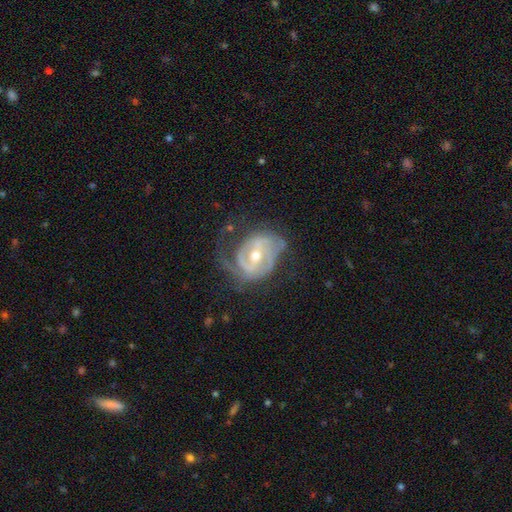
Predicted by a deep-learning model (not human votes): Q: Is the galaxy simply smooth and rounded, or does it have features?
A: featured or disk — 86%.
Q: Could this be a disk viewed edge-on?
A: no — 97%.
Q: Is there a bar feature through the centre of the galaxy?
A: weak — 45%.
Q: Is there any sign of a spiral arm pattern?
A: yes — 91%.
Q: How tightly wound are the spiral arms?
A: tight — 48%.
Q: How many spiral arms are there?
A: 2 — 50%.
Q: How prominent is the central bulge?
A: moderate — 63%.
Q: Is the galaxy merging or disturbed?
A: none — 51%.